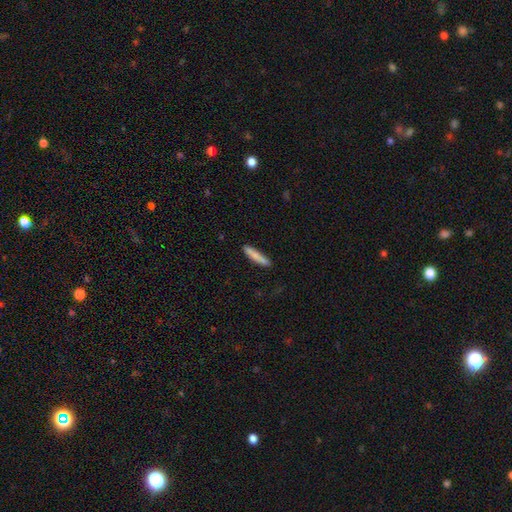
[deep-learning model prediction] smooth-or-featured: smooth: 81% | featured or disk: 13% | star or artifact: 6%
  how-rounded: cigar-shaped: 90% | in between: 9% | round: 1%
  merging: none: 87% | minor disturbance: 10% | major disturbance: 2% | merger: 1%